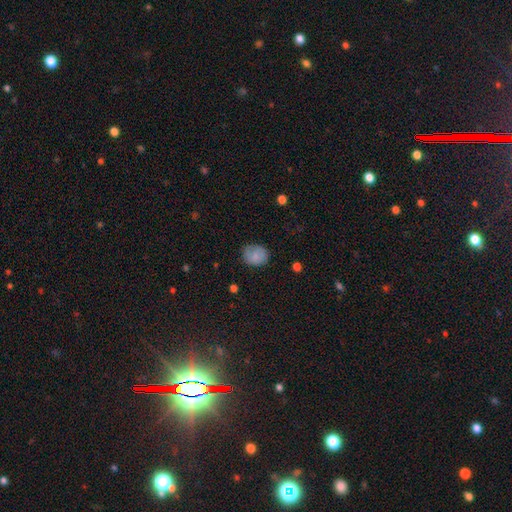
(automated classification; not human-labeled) A smooth galaxy with no disk features (79%) that is round (62%). Merging: none (74%).